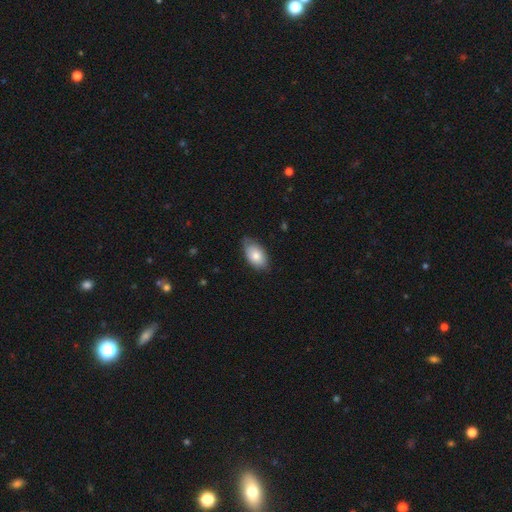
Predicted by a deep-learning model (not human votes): Smooth or featured? smooth (78%)
How rounded? in between (93%)
Merging? none (70%)